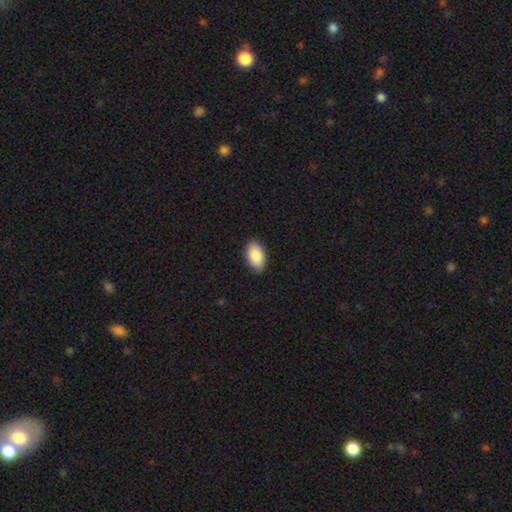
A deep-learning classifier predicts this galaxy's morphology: Smooth or featured: smooth — 89% (star or artifact — 6%)
How rounded: in between — 95% (round — 3%)
Merging: none — 89% (minor disturbance — 8%)